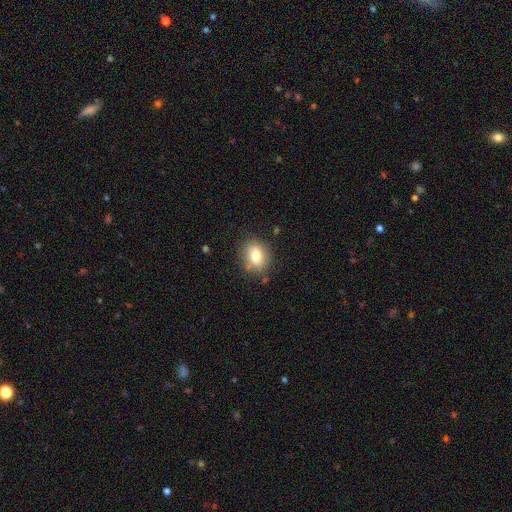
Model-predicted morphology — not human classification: This is likely a smooth galaxy (79%). How rounded: likely in between (64%). Merging: likely none (79%).